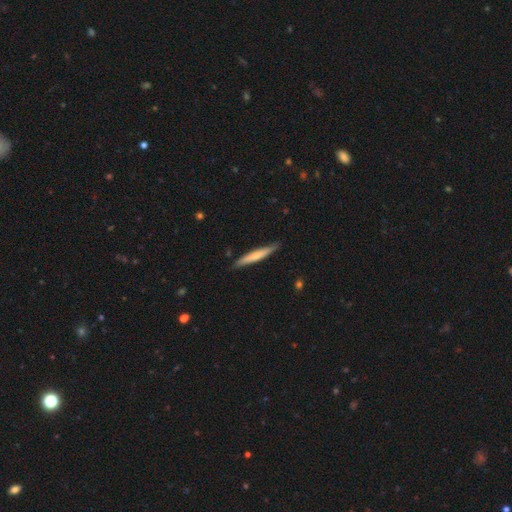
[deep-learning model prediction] A smooth galaxy with no disk features (59%) that is cigar-shaped (94%). Merging: none (86%).